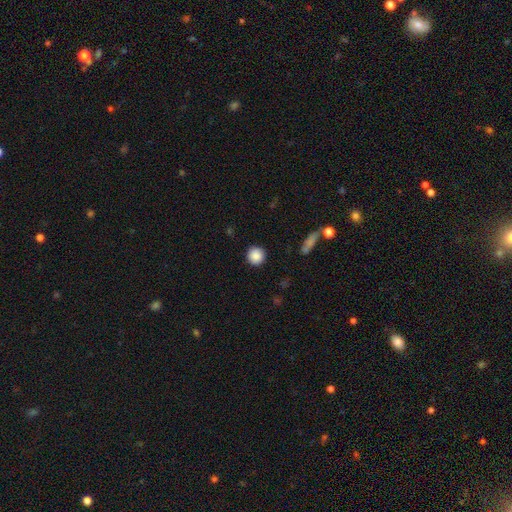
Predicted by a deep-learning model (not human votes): Smooth or featured? Predicted: smooth (p=0.88). How rounded? Predicted: round (p=0.94). Merging? Predicted: none (p=0.90).